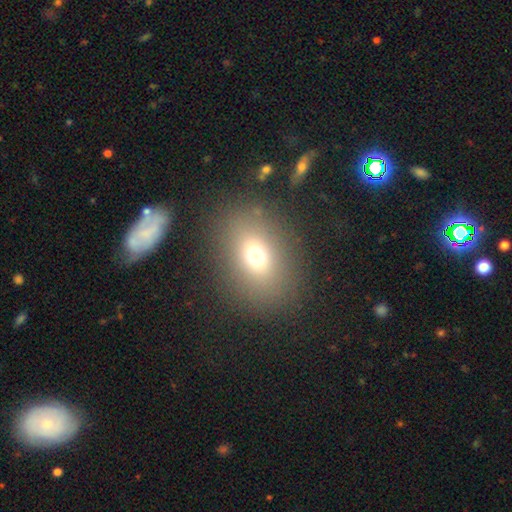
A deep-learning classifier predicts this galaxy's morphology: smooth_or_featured: smooth (p=0.69) [alt: star or artifact p=0.17]
how_rounded: in between (p=0.64) [alt: round p=0.35]
merging: none (p=0.84) [alt: minor disturbance p=0.09]